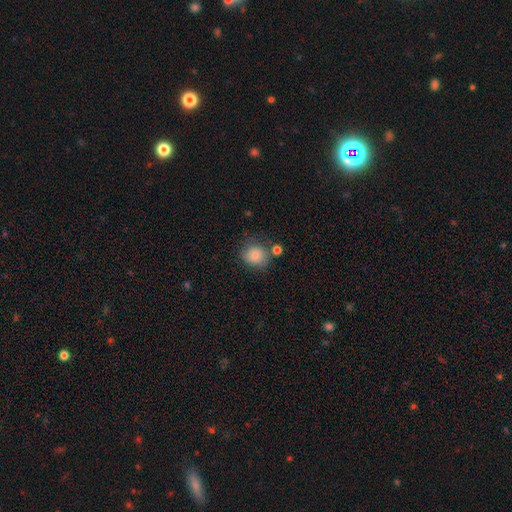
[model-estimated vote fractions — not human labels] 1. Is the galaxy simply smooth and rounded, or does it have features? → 83% smooth, 8% star or artifact, 8% featured or disk.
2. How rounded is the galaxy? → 80% round, 19% in between, 1% cigar-shaped.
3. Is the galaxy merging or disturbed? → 67% none, 17% minor disturbance, 10% merger, 6% major disturbance.